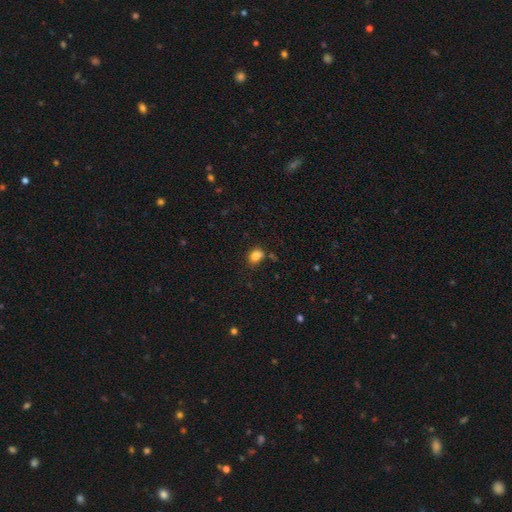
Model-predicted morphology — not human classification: This is clearly a smooth galaxy (83%). How rounded: likely in between (62%). Merging: likely none (67%).